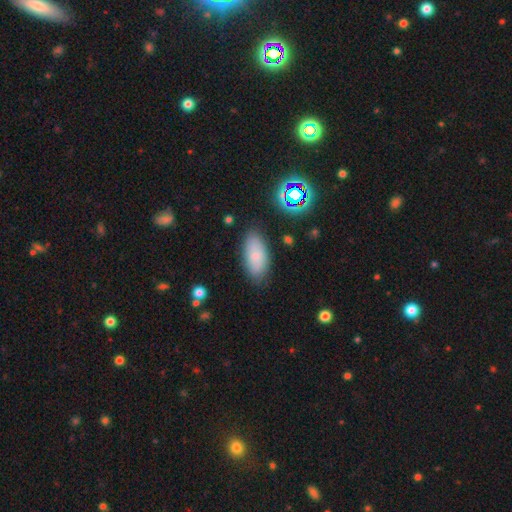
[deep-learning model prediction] The model was most divided on "smooth or featured": smooth: 76%, featured or disk: 14%, star or artifact: 10%. More confident: how rounded — in between (91%); merging — none (81%).